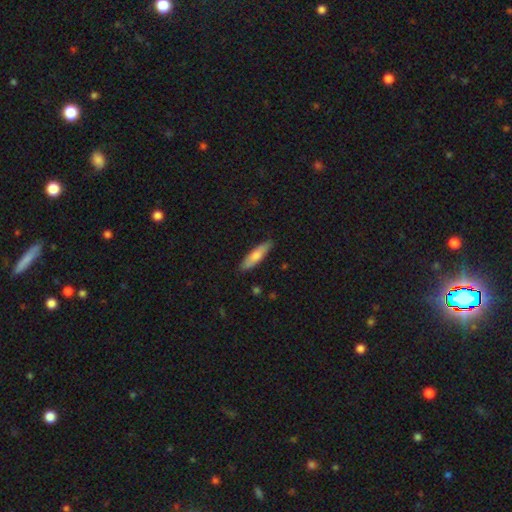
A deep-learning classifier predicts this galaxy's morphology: smooth 74%, featured or disk 20%, star or artifact 5%. Down the decision tree: how rounded — cigar-shaped (69%); merging — none (85%).